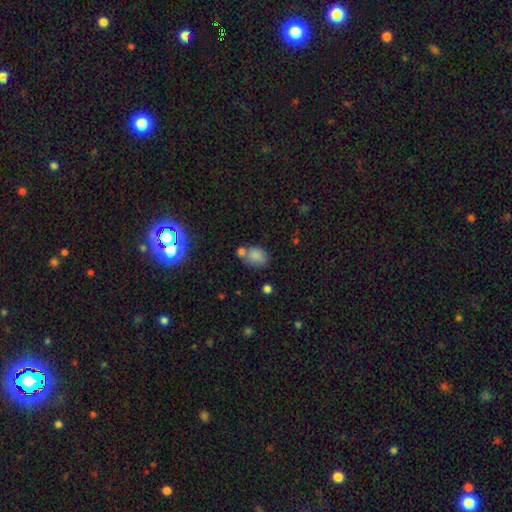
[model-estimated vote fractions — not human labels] Smooth or featured? Predicted: smooth (p=0.81). How rounded? Predicted: in between (p=0.68). Merging? Predicted: none (p=0.49).